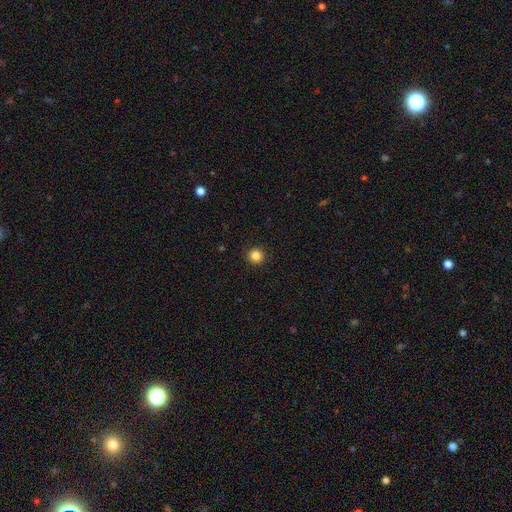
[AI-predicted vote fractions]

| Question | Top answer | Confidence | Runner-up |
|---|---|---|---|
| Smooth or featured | smooth | 85% | star or artifact (11%) |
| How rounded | round | 96% | in between (3%) |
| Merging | none | 93% | minor disturbance (4%) |